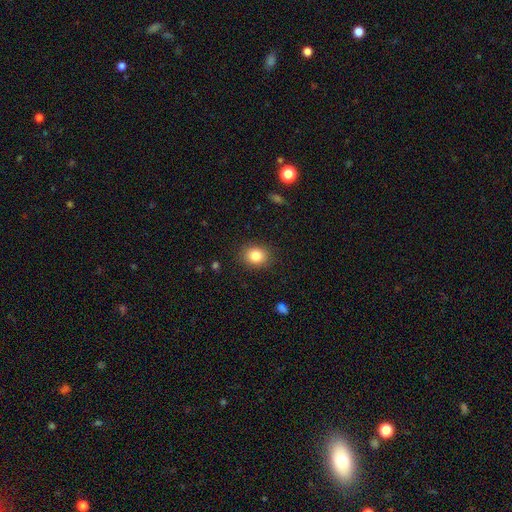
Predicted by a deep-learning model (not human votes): Smooth or featured?
  - smooth: 84% *
  - star or artifact: 10%
  - featured or disk: 6%
How rounded?
  - round: 59% *
  - in between: 41%
  - cigar-shaped: 1%
Merging?
  - none: 88% *
  - minor disturbance: 9%
  - major disturbance: 3%
  - merger: 1%